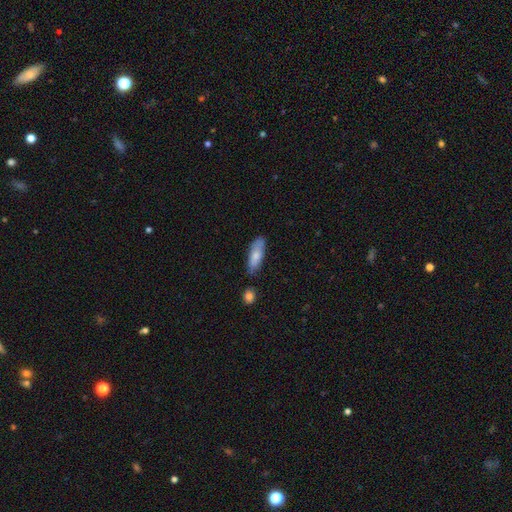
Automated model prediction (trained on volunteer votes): The model was most divided on "how rounded": in between: 59%, cigar-shaped: 39%, round: 2%. More confident: smooth or featured — smooth (76%); merging — none (70%).